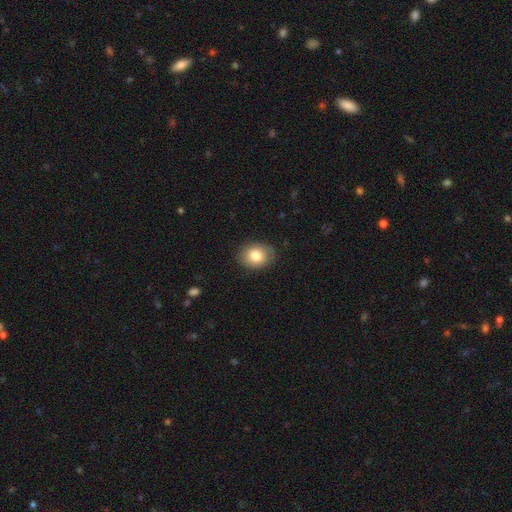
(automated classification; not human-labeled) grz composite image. It shows a smooth galaxy with no disk features (81%) that is round (51%). Merging: none (85%).